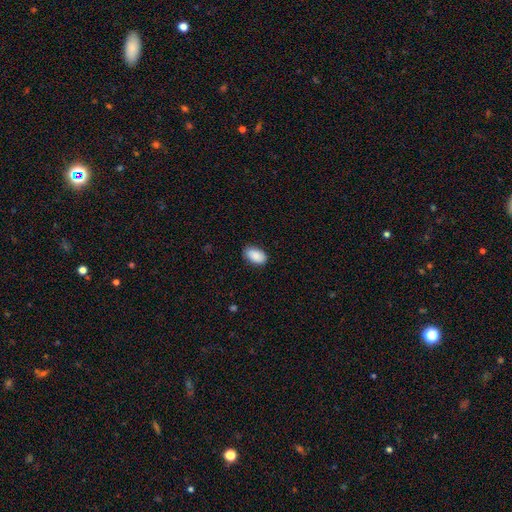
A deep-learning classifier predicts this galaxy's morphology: Smooth or featured: smooth — 90% (star or artifact — 6%)
How rounded: in between — 93% (round — 6%)
Merging: none — 85% (minor disturbance — 12%)